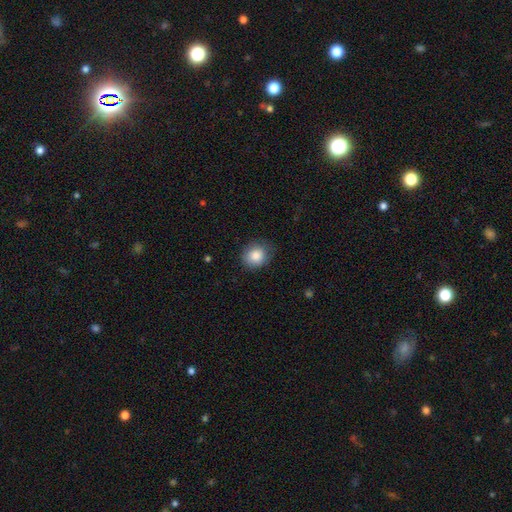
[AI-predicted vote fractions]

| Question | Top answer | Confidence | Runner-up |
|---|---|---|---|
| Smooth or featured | smooth | 85% | star or artifact (9%) |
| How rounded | round | 73% | in between (26%) |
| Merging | none | 78% | minor disturbance (17%) |